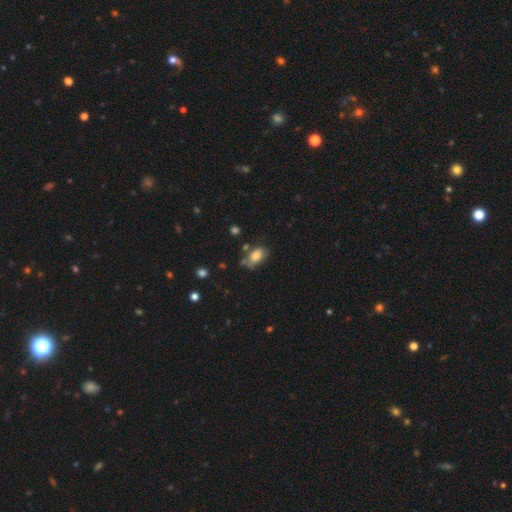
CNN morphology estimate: The model was most divided on "merging": none: 54%, minor disturbance: 27%, major disturbance: 9%, merger: 9%. More confident: how rounded — in between (88%); smooth or featured — smooth (80%).